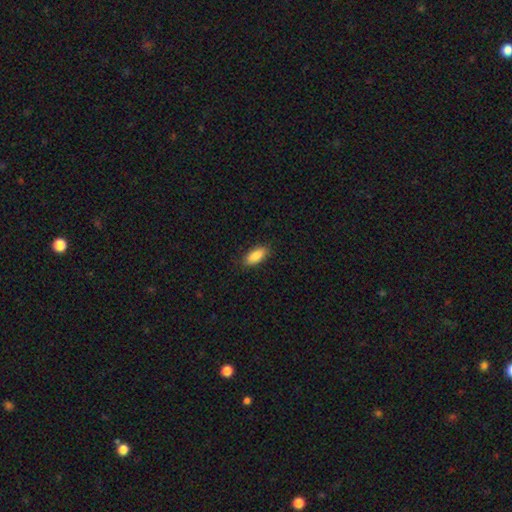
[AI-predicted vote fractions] Smooth or featured? Predicted: smooth (p=0.88). How rounded? Predicted: in between (p=0.86). Merging? Predicted: none (p=0.87).